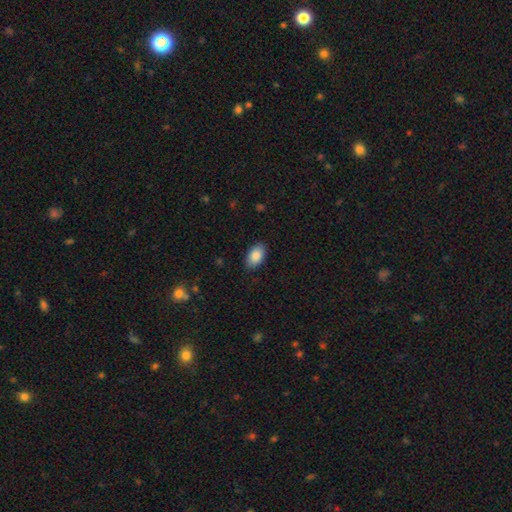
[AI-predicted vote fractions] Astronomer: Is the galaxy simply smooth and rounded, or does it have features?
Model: smooth — 89%.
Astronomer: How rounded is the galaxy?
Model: in between — 94%.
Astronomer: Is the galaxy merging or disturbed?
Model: none — 87%.